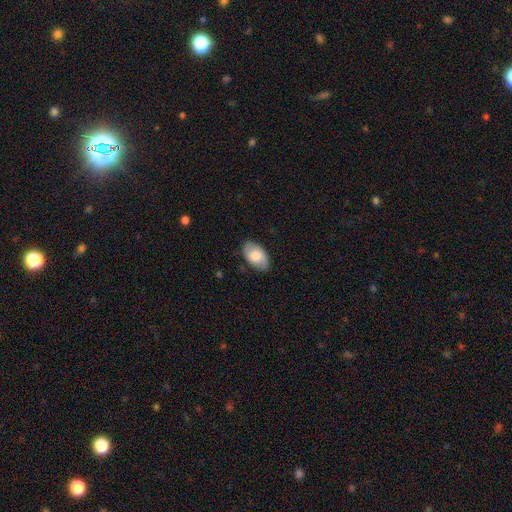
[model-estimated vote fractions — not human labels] Morphology: type=smooth (72%); roundness=in between (94%); merging=none (81%).